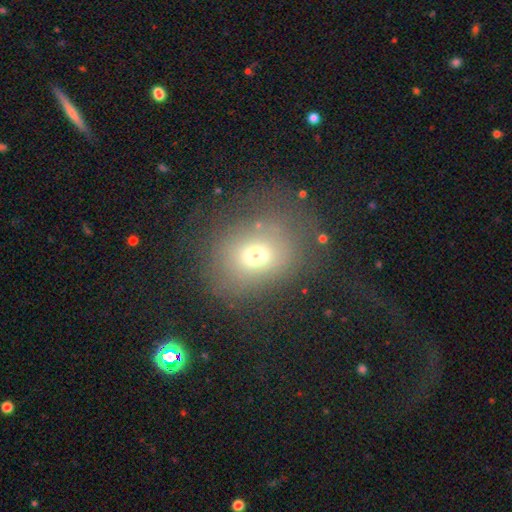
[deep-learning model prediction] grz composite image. It shows a smooth galaxy with no disk features (66%) that is round (53%). Merging: none (60%).